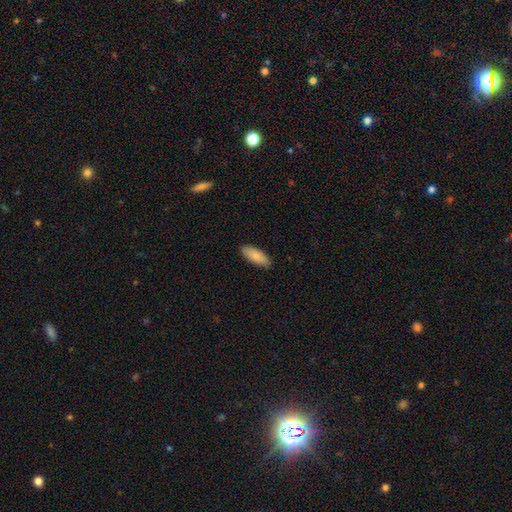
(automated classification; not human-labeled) Smooth or featured? smooth (87%)
How rounded? in between (78%)
Merging? none (89%)